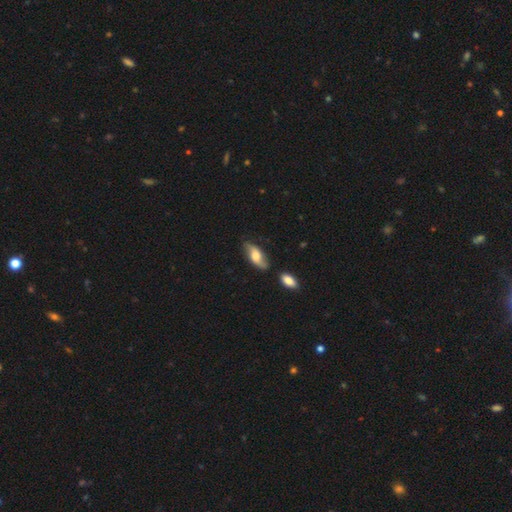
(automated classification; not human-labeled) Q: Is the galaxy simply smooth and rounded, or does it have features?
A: featured or disk — 48%.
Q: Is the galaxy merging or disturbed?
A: none — 72%.